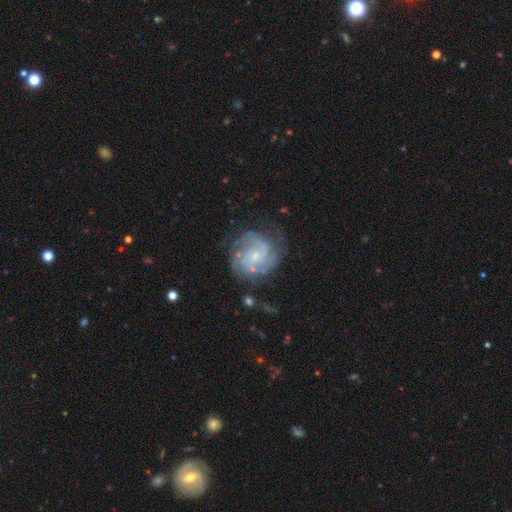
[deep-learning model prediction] Smooth or featured: featured or disk — 83% (smooth — 11%)
Edge-on disk: no — 98% (yes — 2%)
Bar: no — 70% (weak — 26%)
Spiral arms: yes — 94% (no — 6%)
Spiral winding: tight — 53% (medium — 37%)
Spiral arm count: 2 — 29% (can't tell — 26%)
Bulge size: small — 75% (moderate — 19%)
Merging: none — 67% (minor disturbance — 19%)